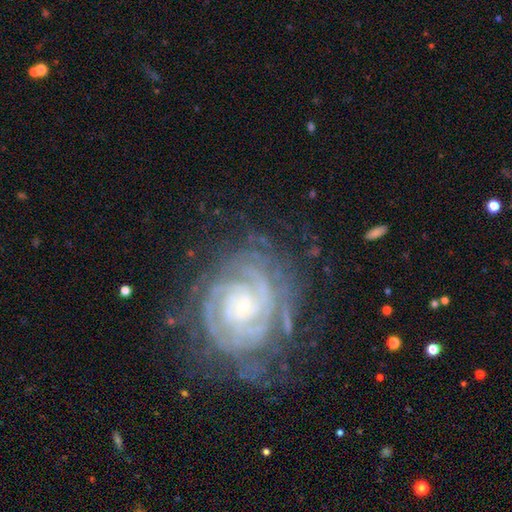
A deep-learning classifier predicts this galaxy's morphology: Smooth or featured? featured or disk (87%)
Edge-on disk? no (97%)
Bar? no (68%)
Spiral arms? yes (98%)
Spiral winding? tight (83%)
Spiral arm count? 2 (31%)
Bulge size? small (70%)
Merging? none (75%)